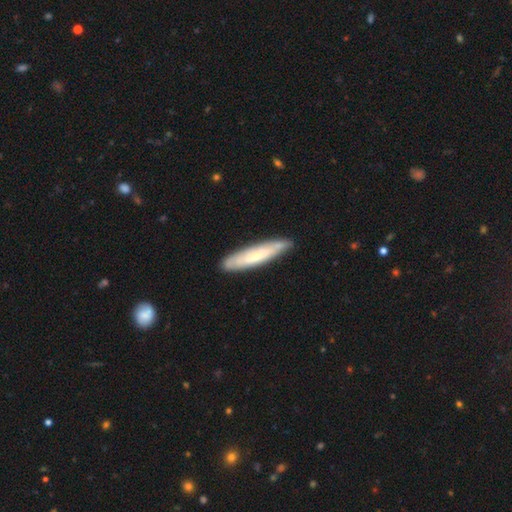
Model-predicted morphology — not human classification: This appears to be a smooth galaxy with no disk features (52%) that is cigar-shaped (87%). Merging: none (85%).